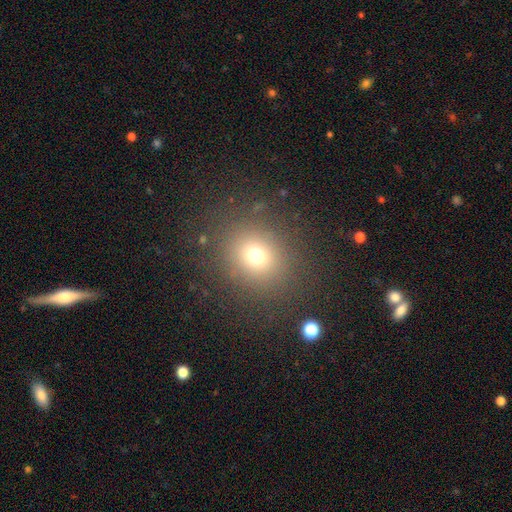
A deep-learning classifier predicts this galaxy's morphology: The model was most divided on "smooth or featured": smooth: 70%, star or artifact: 20%, featured or disk: 10%. More confident: merging — none (85%); how rounded — round (78%).